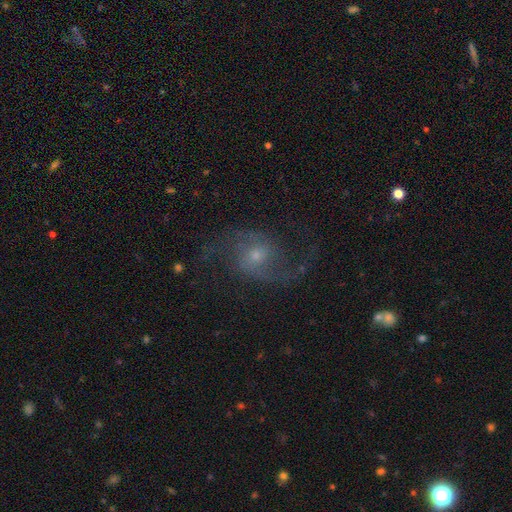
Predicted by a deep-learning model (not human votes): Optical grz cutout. It shows a featured or disk galaxy (83%) with no bar (59%), 2 (91%) loose (55%) spiral arms (95%) and a small central bulge (62%). Merging: none (69%).